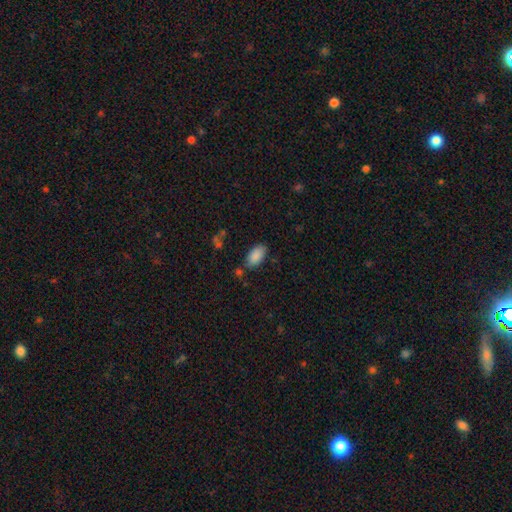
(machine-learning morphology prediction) smooth_or_featured: smooth (p=0.88) [alt: star or artifact p=0.07]
how_rounded: in between (p=0.94) [alt: round p=0.03]
merging: none (p=0.75) [alt: minor disturbance p=0.15]